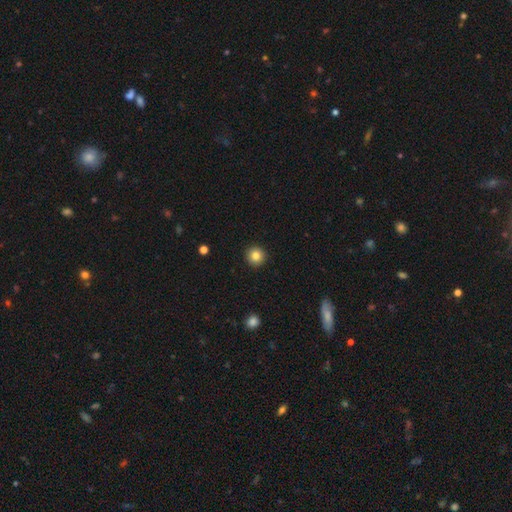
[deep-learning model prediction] Morphology: type=smooth (83%); roundness=round (95%); merging=none (93%).